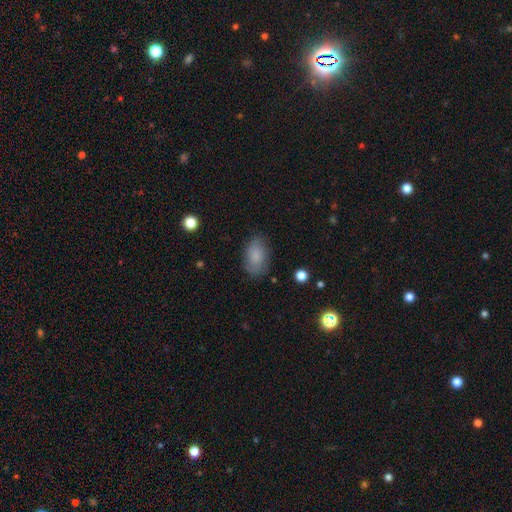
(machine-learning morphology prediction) type=smooth (80%); roundness=in between (90%); merging=none (78%).